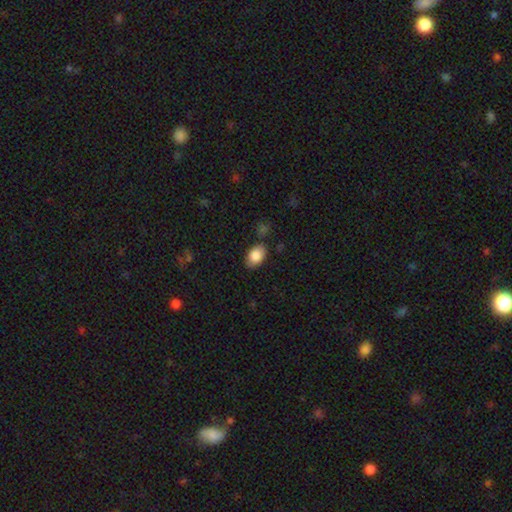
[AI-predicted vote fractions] Smooth or featured? smooth (86%)
How rounded? in between (84%)
Merging? none (80%)